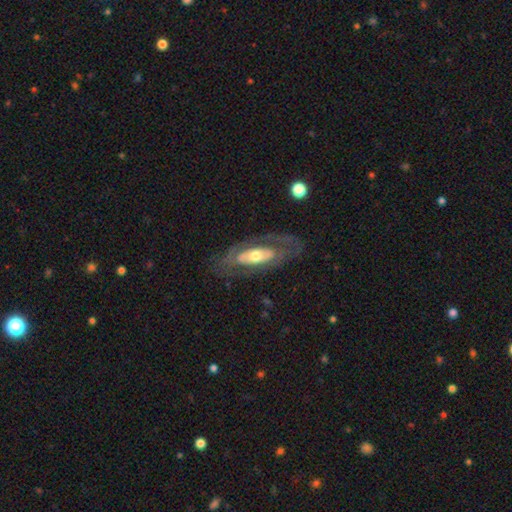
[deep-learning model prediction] Q: Smooth or featured?
A: featured or disk (66%); runner-up: smooth (29%)
Q: Edge-on disk?
A: no (83%); runner-up: yes (17%)
Q: Bar?
A: no (76%); runner-up: weak (15%)
Q: Spiral arms?
A: no (57%); runner-up: yes (43%)
Q: Bulge size?
A: moderate (60%); runner-up: small (22%)
Q: Merging?
A: none (70%); runner-up: minor disturbance (16%)